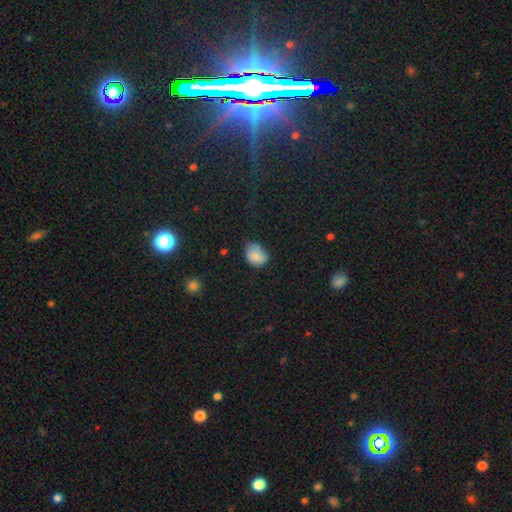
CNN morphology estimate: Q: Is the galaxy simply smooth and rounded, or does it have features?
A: smooth — 83%.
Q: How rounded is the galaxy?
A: in between — 60%.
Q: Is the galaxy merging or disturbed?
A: none — 51%.